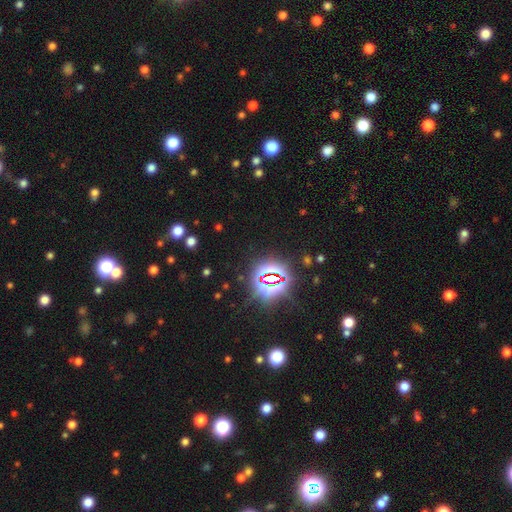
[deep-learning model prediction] Smooth or featured? star or artifact (80%)